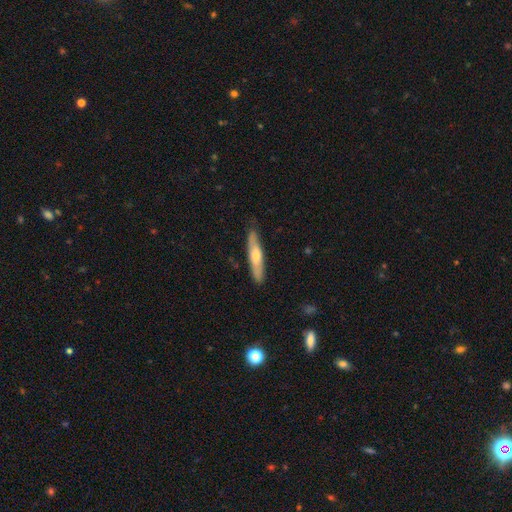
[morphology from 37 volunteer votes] Overall: featured or disk (49%; smooth 46%). Edge-on disk: yes (83%). Edge-on bulge: rounded (93%). Merging: none (83%).